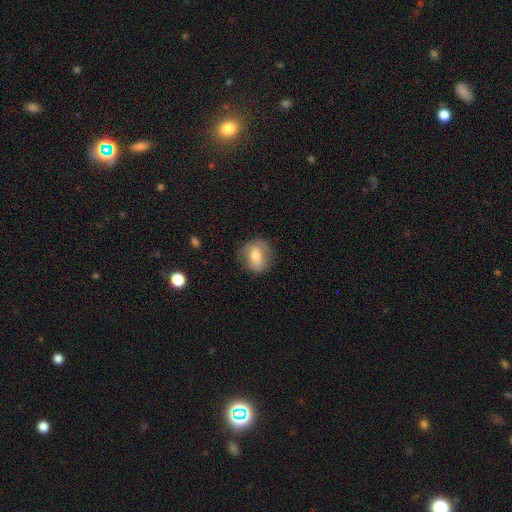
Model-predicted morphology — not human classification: This is possibly a smooth galaxy (60%). How rounded: likely round (66%). Merging: likely none (75%).